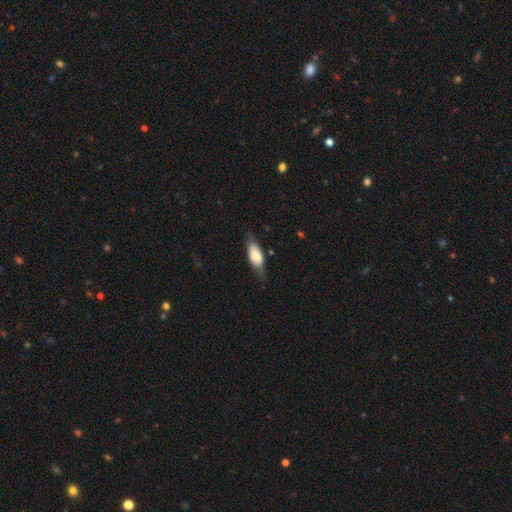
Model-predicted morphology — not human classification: Smooth or featured? smooth (66%)
How rounded? in between (75%)
Merging? none (68%)